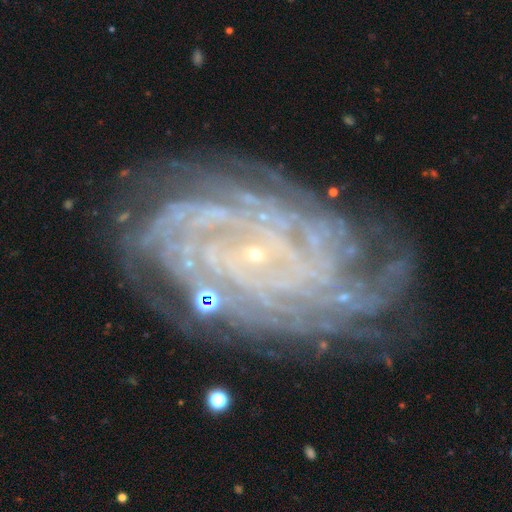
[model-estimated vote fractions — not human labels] Morphology: type=featured or disk (89%); edge-on=no (97%); bar=no (63%); spiral arms=yes (98%); winding=tight (81%); arm count=more than 4 (34%); bulge=small (88%); merging=none (76%).